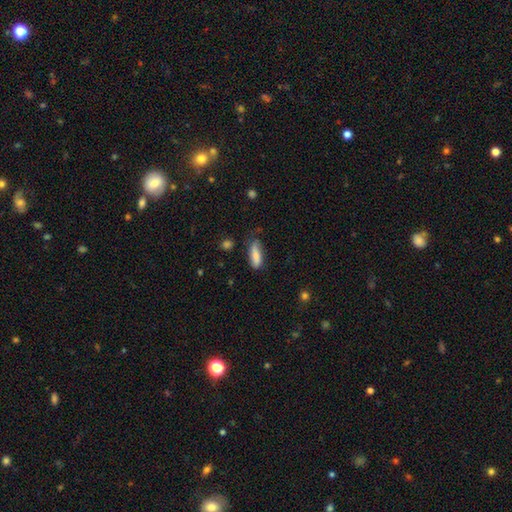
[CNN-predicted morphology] Q: Smooth or featured?
A: smooth (76%); runner-up: featured or disk (18%)
Q: How rounded?
A: in between (59%); runner-up: cigar-shaped (39%)
Q: Merging?
A: none (57%); runner-up: minor disturbance (32%)